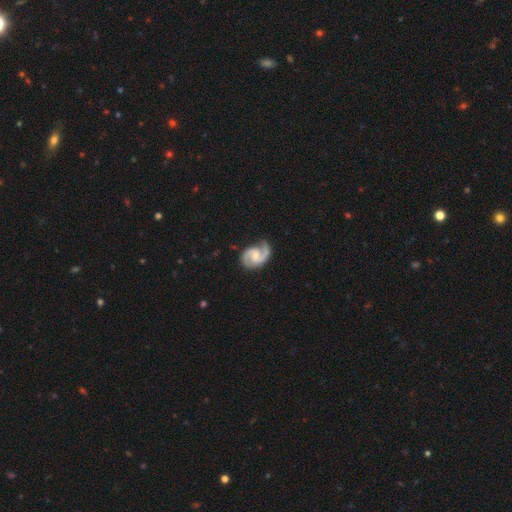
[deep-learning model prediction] Smooth or featured? Predicted: featured or disk (p=0.92). Edge-on disk? Predicted: no (p=0.98). Bar? Predicted: no (p=0.45, tied with weak). Spiral arms? Predicted: yes (p=0.98). Spiral winding? Predicted: medium (p=0.58). Spiral arm count? Predicted: 2 (p=0.91). Bulge size? Predicted: moderate (p=0.48). Merging? Predicted: none (p=0.77).